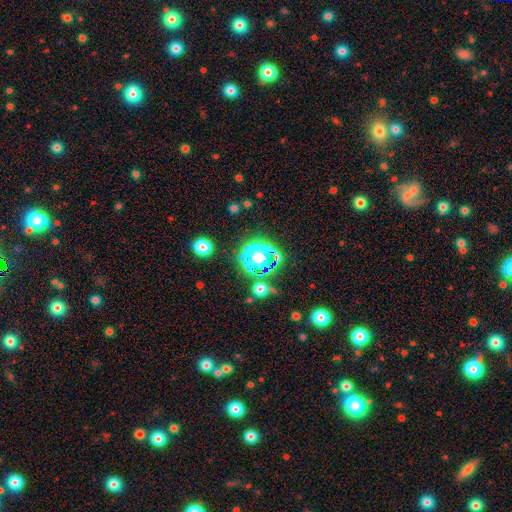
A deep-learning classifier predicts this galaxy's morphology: Smooth or featured?
  - star or artifact: 49% *
  - smooth: 37%
  - featured or disk: 14%